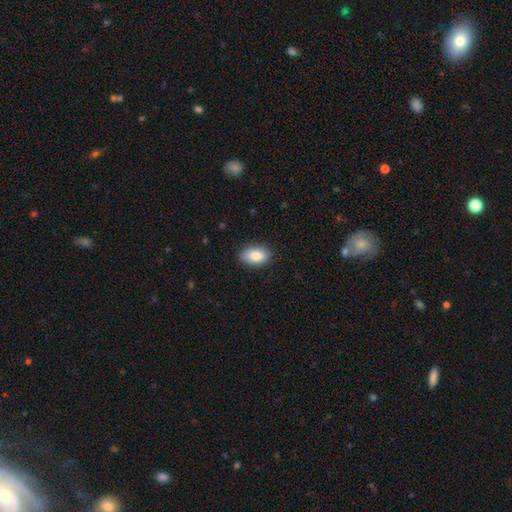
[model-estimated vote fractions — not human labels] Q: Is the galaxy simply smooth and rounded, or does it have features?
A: smooth — 82%.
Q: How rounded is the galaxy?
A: in between — 91%.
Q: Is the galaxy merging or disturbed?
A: none — 87%.